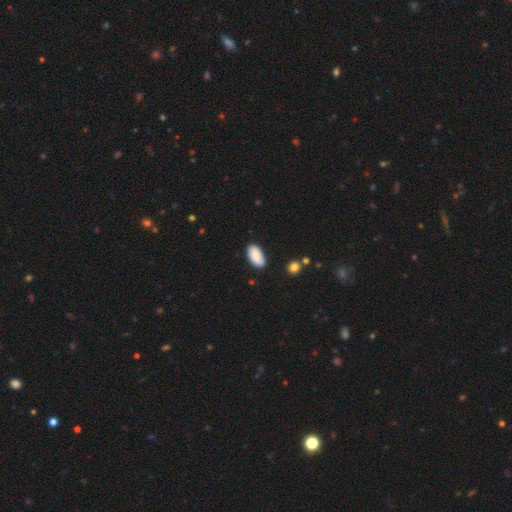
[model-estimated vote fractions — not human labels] smooth_or_featured: smooth (p=0.86) [alt: featured or disk p=0.07]
how_rounded: in between (p=0.95) [alt: round p=0.03]
merging: none (p=0.77) [alt: minor disturbance p=0.17]